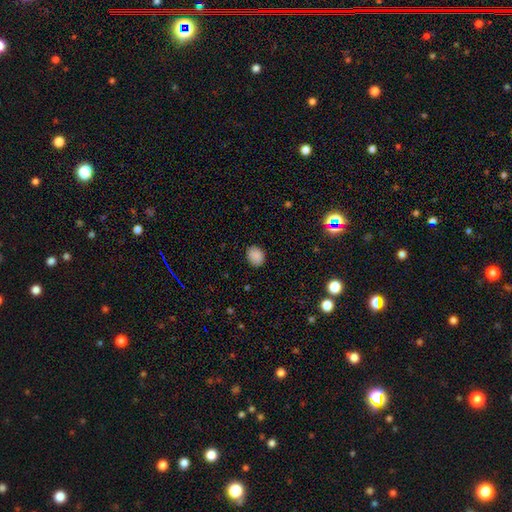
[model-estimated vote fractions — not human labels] Smooth or featured: smooth — 87% (star or artifact — 9%)
How rounded: in between — 50% (round — 49%)
Merging: none — 86% (minor disturbance — 11%)